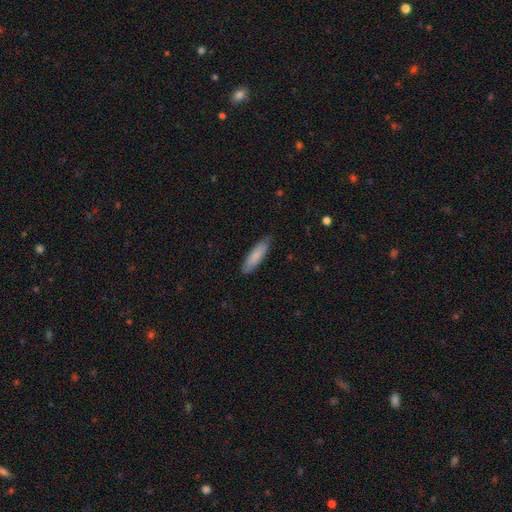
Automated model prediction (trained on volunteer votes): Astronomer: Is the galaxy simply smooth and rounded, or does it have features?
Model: smooth — 83%.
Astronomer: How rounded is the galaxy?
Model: cigar-shaped — 70%.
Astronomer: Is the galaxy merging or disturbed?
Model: none — 83%.